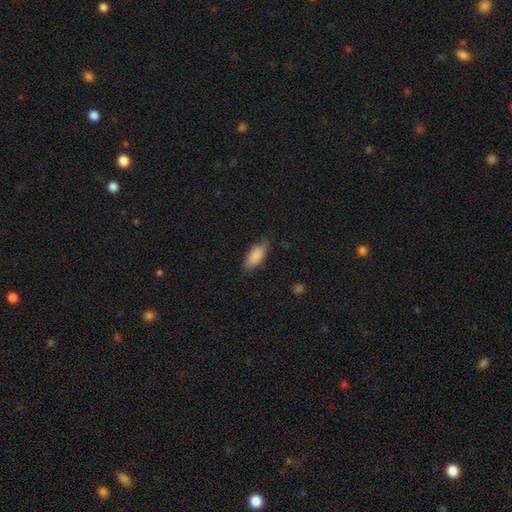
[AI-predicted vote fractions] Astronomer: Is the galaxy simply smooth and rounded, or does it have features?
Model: smooth — 87%.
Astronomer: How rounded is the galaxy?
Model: in between — 86%.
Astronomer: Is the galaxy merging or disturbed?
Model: none — 71%.